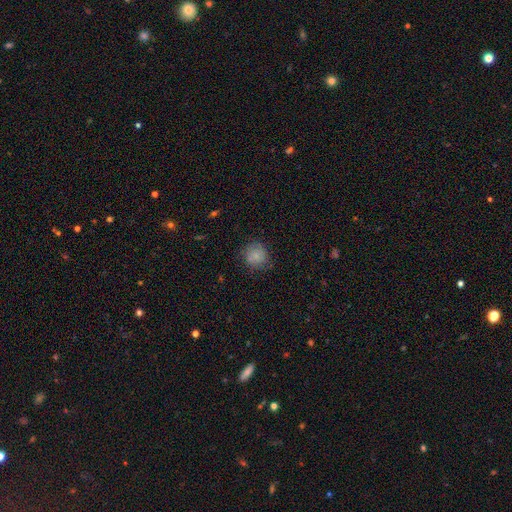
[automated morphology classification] Smooth or featured? smooth (80%)
How rounded? round (89%)
Merging? none (76%)